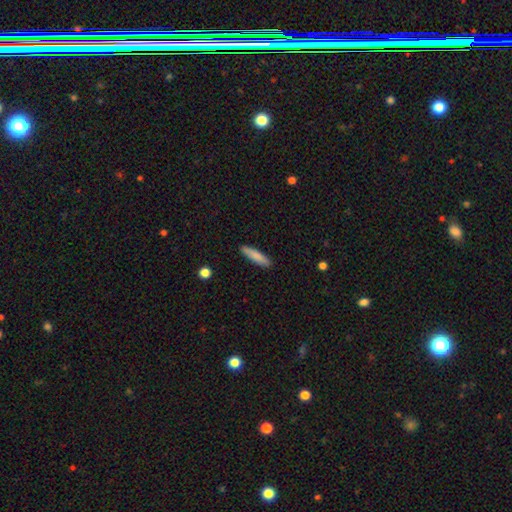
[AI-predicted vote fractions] Q: Smooth or featured?
A: smooth (84%); runner-up: featured or disk (10%)
Q: How rounded?
A: cigar-shaped (78%); runner-up: in between (20%)
Q: Merging?
A: none (89%); runner-up: minor disturbance (8%)